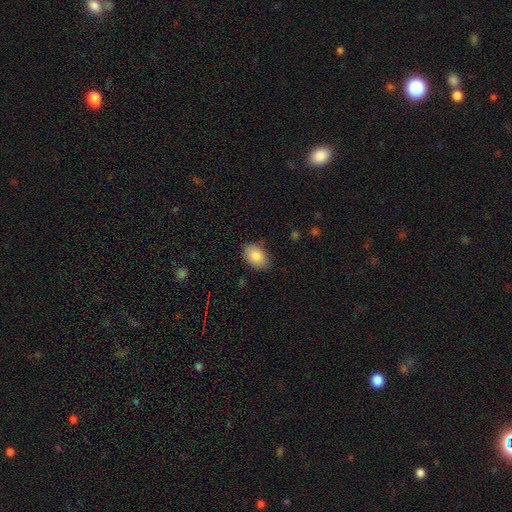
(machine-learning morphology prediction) smooth_or_featured: smooth (p=0.85) [alt: featured or disk p=0.08]
how_rounded: in between (p=0.89) [alt: round p=0.10]
merging: none (p=0.81) [alt: minor disturbance p=0.15]